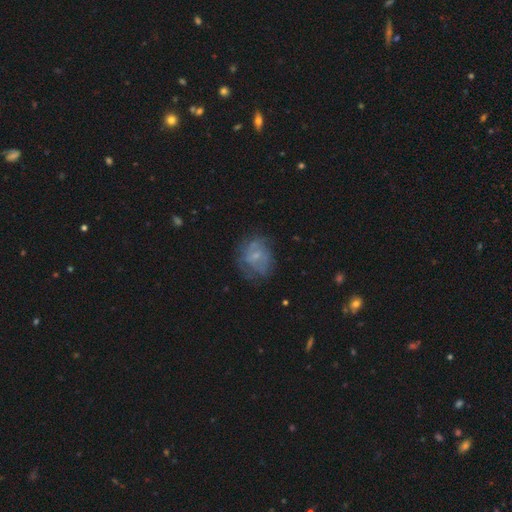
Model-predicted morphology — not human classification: Overall: featured or disk (49%; smooth 39%). Merging: none (55%; minor disturbance 24%).